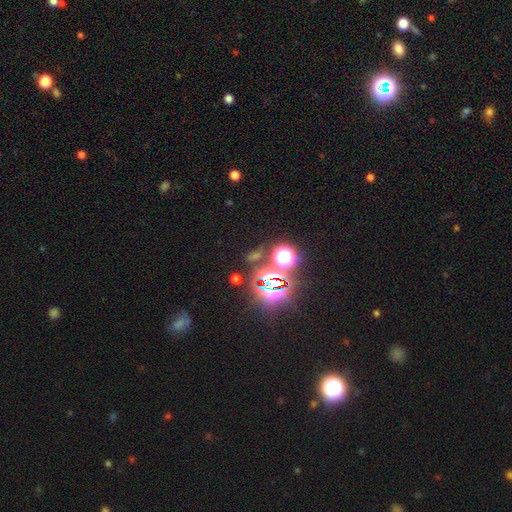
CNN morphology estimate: The model was most divided on "smooth or featured": star or artifact: 70%, smooth: 21%, featured or disk: 9%.